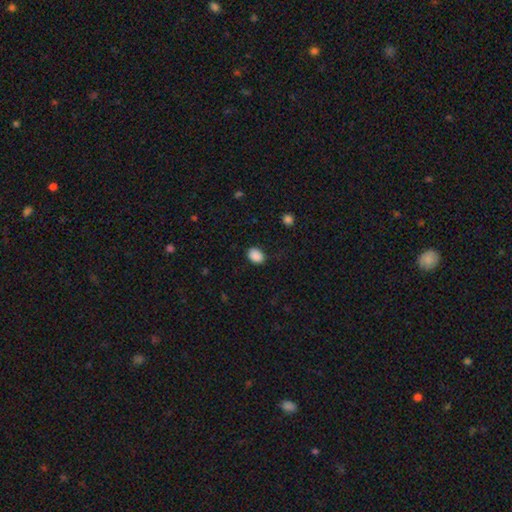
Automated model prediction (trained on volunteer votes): A smooth galaxy with no disk features (89%) that is in between round and cigar-shaped (72%).

Vote fractions:
- Smooth or featured? smooth: 89% / star or artifact: 8% / featured or disk: 3%
- How rounded? in between: 72% / round: 27% / cigar-shaped: 1%
- Merging? none: 81% / minor disturbance: 15% / major disturbance: 3% / merger: 1%